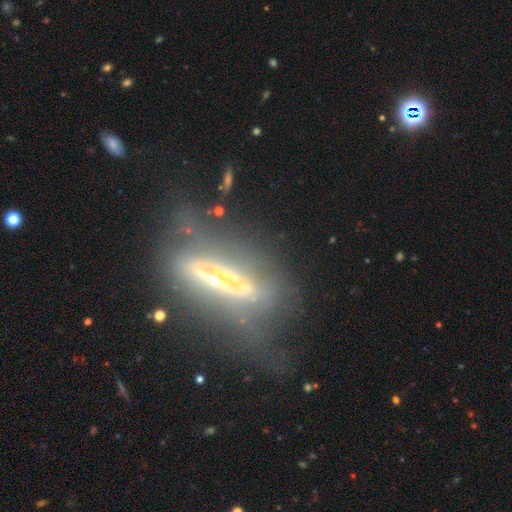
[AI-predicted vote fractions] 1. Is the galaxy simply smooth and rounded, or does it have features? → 68% featured or disk, 21% smooth, 11% star or artifact.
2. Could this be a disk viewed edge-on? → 65% yes, 35% no.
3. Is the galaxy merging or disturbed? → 55% none, 22% minor disturbance, 19% major disturbance, 3% merger.